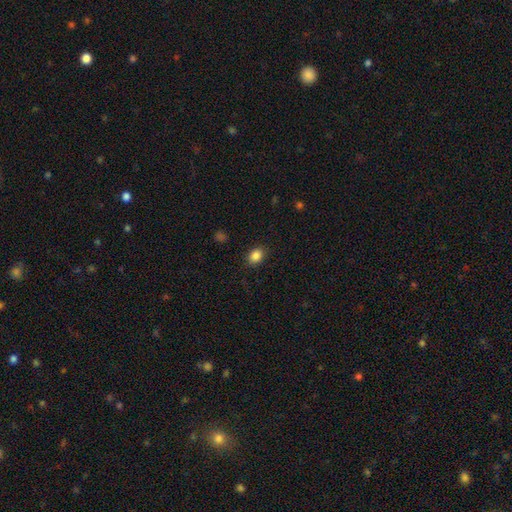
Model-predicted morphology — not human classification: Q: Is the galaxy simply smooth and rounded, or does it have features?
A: smooth — 86%.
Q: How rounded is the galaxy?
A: in between — 56%.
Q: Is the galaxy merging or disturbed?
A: none — 87%.